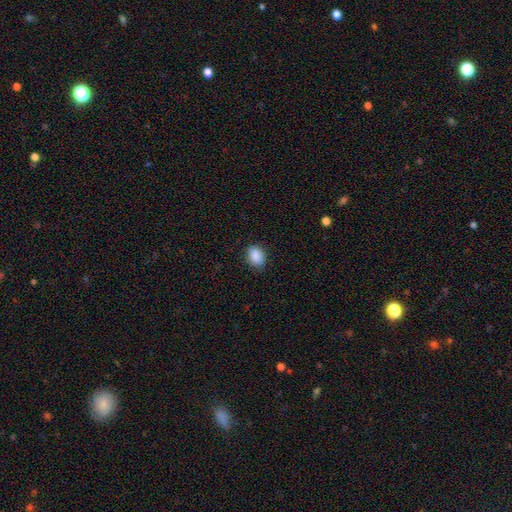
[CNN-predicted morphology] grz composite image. It shows a smooth galaxy with no disk features (89%) that is in between round and cigar-shaped (73%). Merging: none (86%).